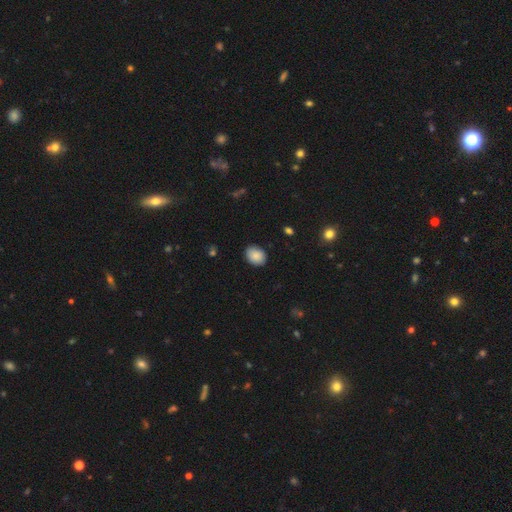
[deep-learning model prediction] Q: Smooth or featured?
A: smooth (88%); runner-up: star or artifact (7%)
Q: How rounded?
A: in between (57%); runner-up: round (43%)
Q: Merging?
A: none (87%); runner-up: minor disturbance (10%)